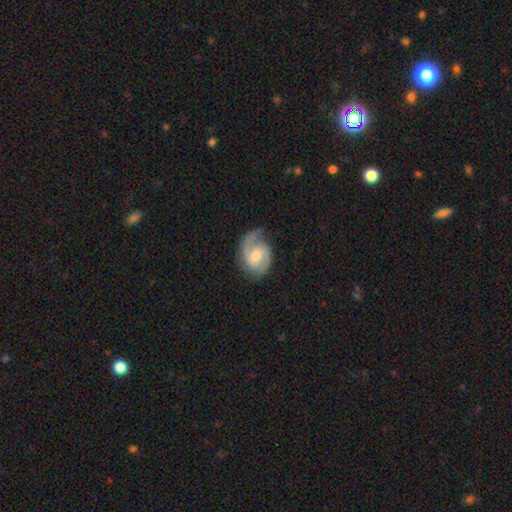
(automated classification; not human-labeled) Q: Smooth or featured?
A: featured or disk (83%); runner-up: smooth (12%)
Q: Edge-on disk?
A: no (98%); runner-up: yes (2%)
Q: Bar?
A: weak (46%); runner-up: no (43%)
Q: Spiral arms?
A: yes (96%); runner-up: no (4%)
Q: Spiral winding?
A: medium (50%); runner-up: tight (33%)
Q: Spiral arm count?
A: 2 (82%); runner-up: 1 (9%)
Q: Bulge size?
A: moderate (55%); runner-up: small (38%)
Q: Merging?
A: none (68%); runner-up: minor disturbance (21%)